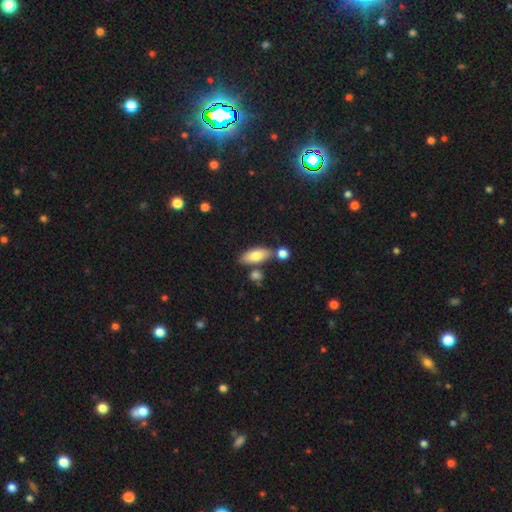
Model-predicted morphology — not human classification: Overall: smooth (78%). How rounded: in between (78%). Merging: none (70%).